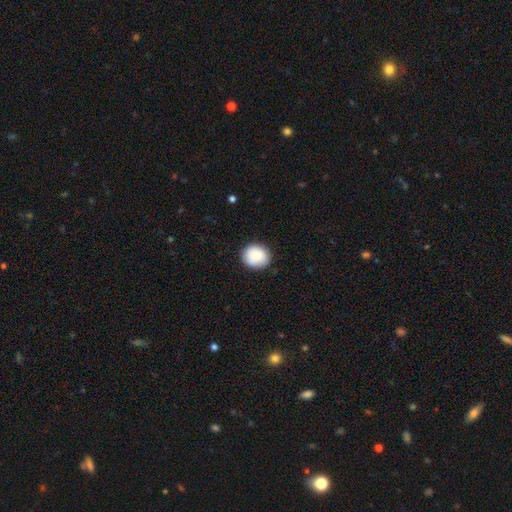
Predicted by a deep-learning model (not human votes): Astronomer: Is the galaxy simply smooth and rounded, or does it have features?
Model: smooth — 86%.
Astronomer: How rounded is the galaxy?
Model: round — 72%.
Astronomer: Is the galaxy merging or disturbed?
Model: none — 86%.